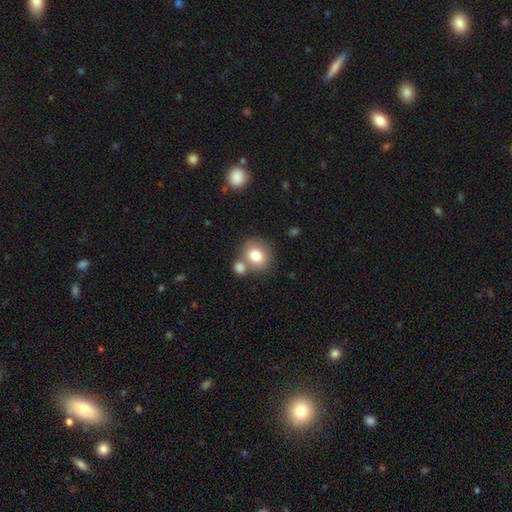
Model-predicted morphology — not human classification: type=smooth (79%); roundness=round (68%); merging=none (55%).